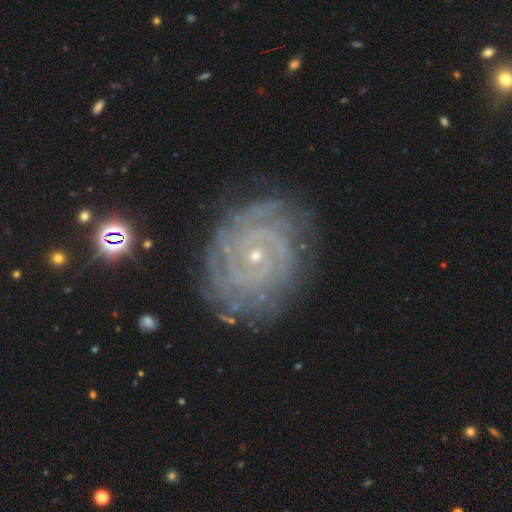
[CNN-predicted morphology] Q: Smooth or featured?
A: featured or disk (88%); runner-up: star or artifact (7%)
Q: Edge-on disk?
A: no (97%); runner-up: yes (3%)
Q: Bar?
A: no (73%); runner-up: weak (20%)
Q: Spiral arms?
A: yes (98%); runner-up: no (2%)
Q: Spiral winding?
A: tight (84%); runner-up: medium (14%)
Q: Spiral arm count?
A: can't tell (24%); runner-up: 2 (23%)
Q: Bulge size?
A: small (84%); runner-up: moderate (13%)
Q: Merging?
A: none (79%); runner-up: minor disturbance (15%)